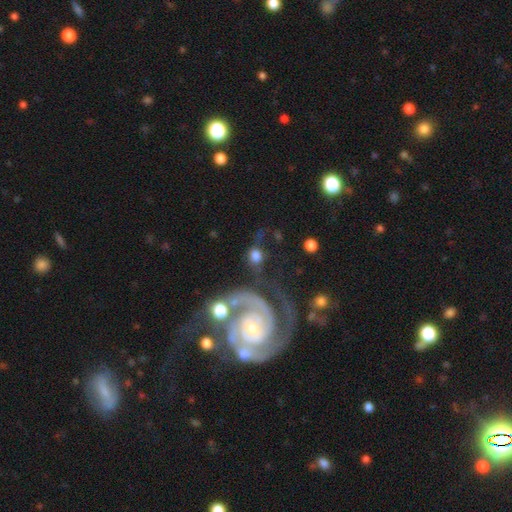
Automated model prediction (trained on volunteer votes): The model was most divided on "merging": none: 47%, major disturbance: 22%, minor disturbance: 17%, merger: 15%. More confident: how rounded — round (72%); smooth or featured — smooth (58%).